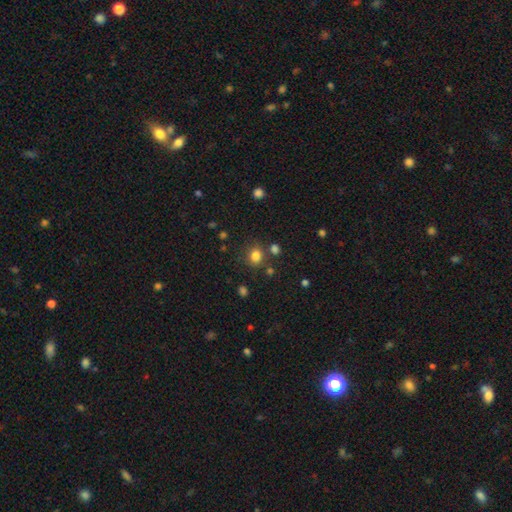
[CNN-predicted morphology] type=smooth (81%); roundness=round (77%); merging=none (80%).